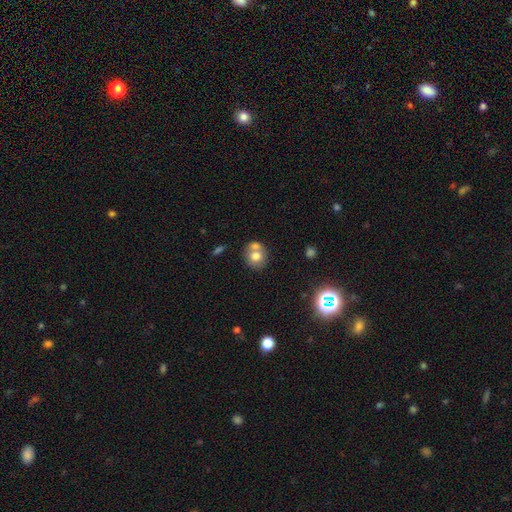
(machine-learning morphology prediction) Smooth or featured?
  - smooth: 71% *
  - featured or disk: 19%
  - star or artifact: 10%
How rounded?
  - round: 79% *
  - in between: 20%
  - cigar-shaped: 1%
Merging?
  - none: 47% *
  - merger: 39%
  - minor disturbance: 10%
  - major disturbance: 4%